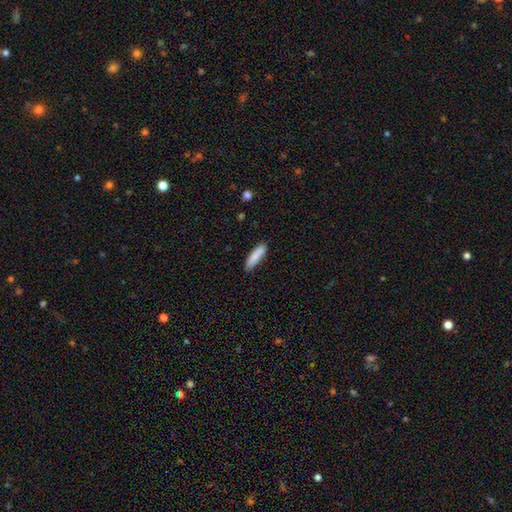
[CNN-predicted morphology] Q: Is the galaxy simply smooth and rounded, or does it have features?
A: smooth — 87%.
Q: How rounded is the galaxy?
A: cigar-shaped — 69%.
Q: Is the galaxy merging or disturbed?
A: none — 82%.